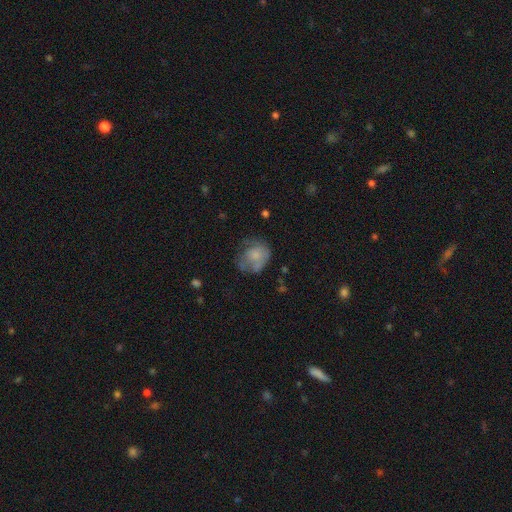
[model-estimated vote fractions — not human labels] A smooth galaxy with no disk features (63%) that is round (63%).

Vote fractions:
- Smooth or featured? smooth: 63% / featured or disk: 28% / star or artifact: 9%
- How rounded? round: 63% / in between: 36% / cigar-shaped: 1%
- Merging? none: 42% / minor disturbance: 30% / major disturbance: 26% / merger: 3%